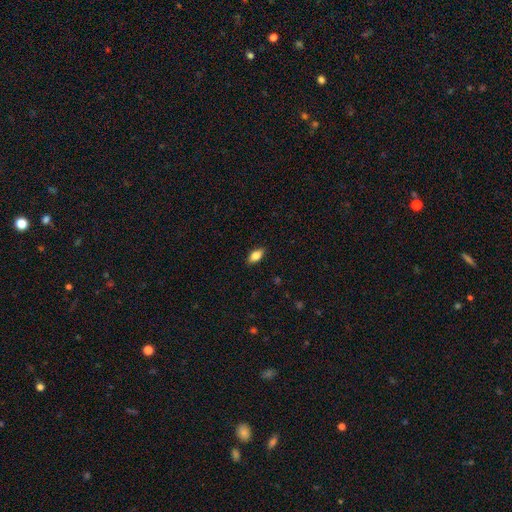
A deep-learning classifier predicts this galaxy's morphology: The model was most divided on "smooth or featured": smooth: 82%, featured or disk: 10%, star or artifact: 7%. More confident: how rounded — in between (89%); merging — none (88%).